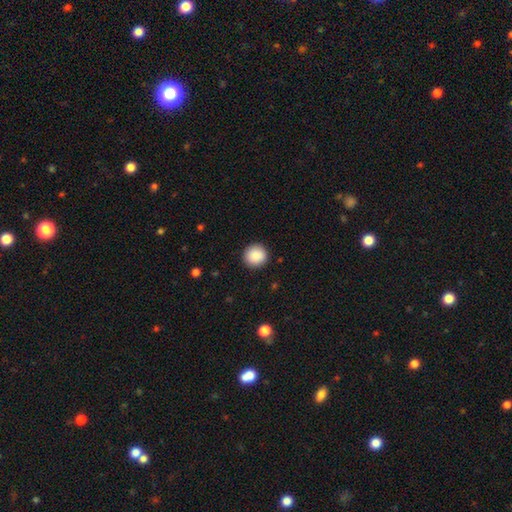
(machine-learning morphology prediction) Overall: smooth (88%). How rounded: round (94%). Merging: none (92%).